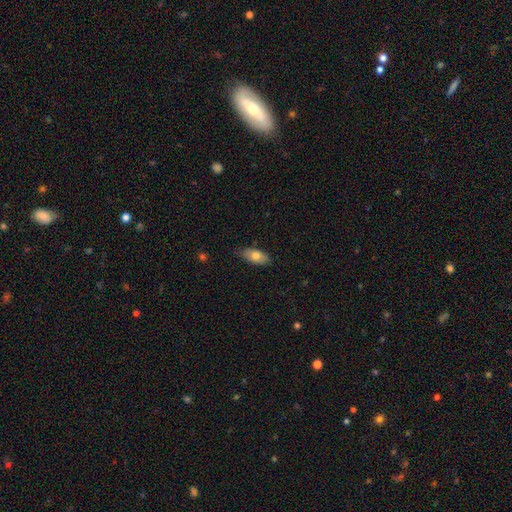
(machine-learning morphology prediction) Smooth or featured? Predicted: smooth (p=0.74). How rounded? Predicted: in between (p=0.88). Merging? Predicted: none (p=0.81).